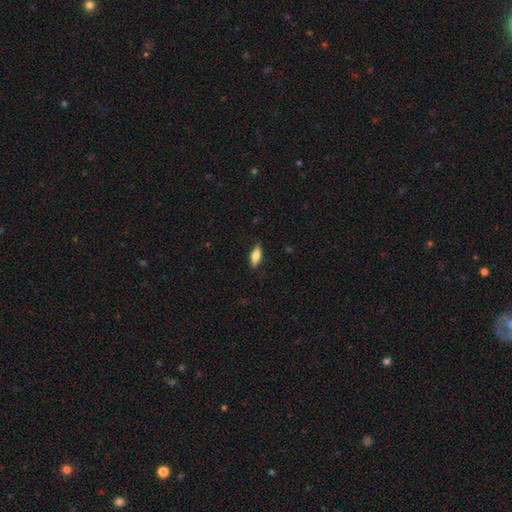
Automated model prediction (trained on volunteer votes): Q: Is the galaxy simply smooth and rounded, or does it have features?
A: smooth — 67%.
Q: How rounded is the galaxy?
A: in between — 70%.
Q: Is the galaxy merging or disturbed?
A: none — 86%.